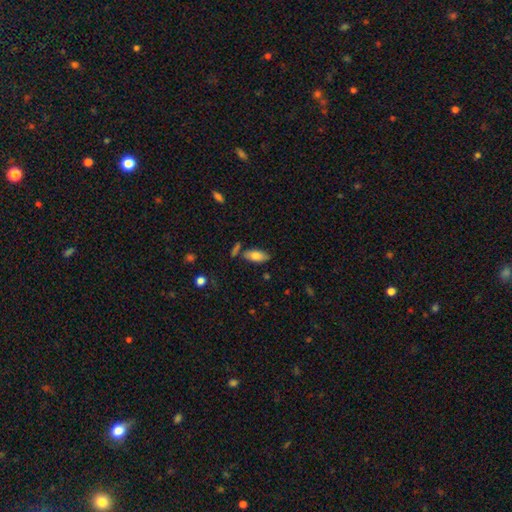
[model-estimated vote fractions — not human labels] Smooth or featured?
  - smooth: 79% *
  - featured or disk: 15%
  - star or artifact: 7%
How rounded?
  - in between: 89% *
  - cigar-shaped: 9%
  - round: 2%
Merging?
  - none: 74% *
  - minor disturbance: 14%
  - merger: 8%
  - major disturbance: 3%